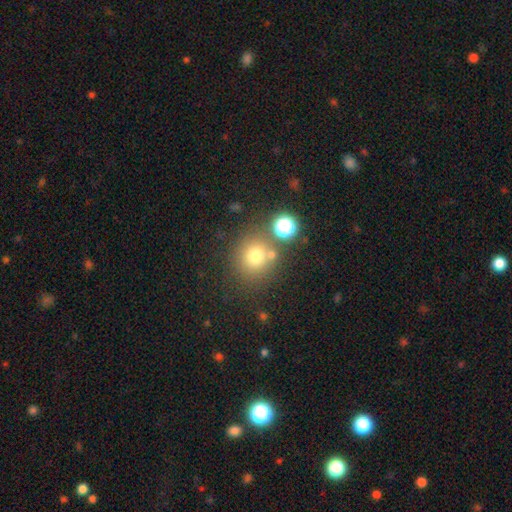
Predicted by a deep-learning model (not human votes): A smooth galaxy with no disk features (72%) that is round (89%).

Vote fractions:
- Smooth or featured? smooth: 72% / star or artifact: 17% / featured or disk: 10%
- How rounded? round: 89% / in between: 10% / cigar-shaped: 1%
- Merging? none: 70% / merger: 16% / minor disturbance: 10% / major disturbance: 4%